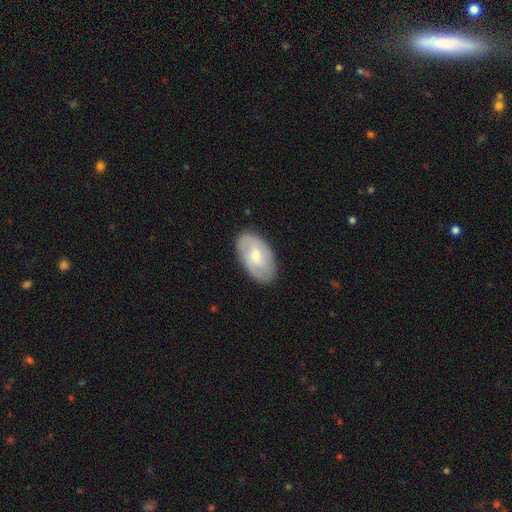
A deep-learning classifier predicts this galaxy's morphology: smooth_or_featured: featured or disk (p=0.51) [alt: smooth p=0.43]
disk_edge_on: no (p=0.94) [alt: yes p=0.06]
merging: none (p=0.83) [alt: minor disturbance p=0.12]